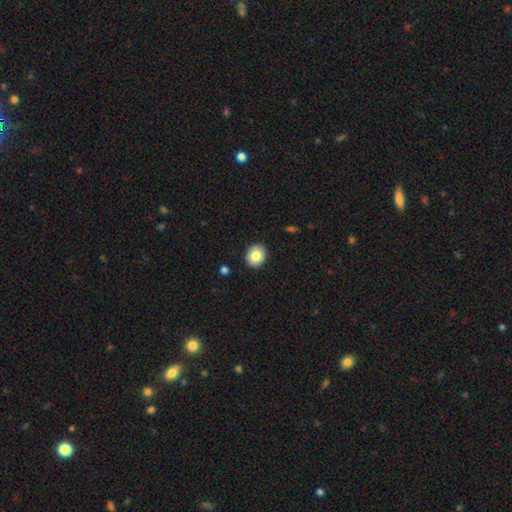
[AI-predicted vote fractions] Smooth or featured: smooth — 81% (featured or disk — 11%)
How rounded: round — 74% (in between — 25%)
Merging: none — 91% (minor disturbance — 6%)